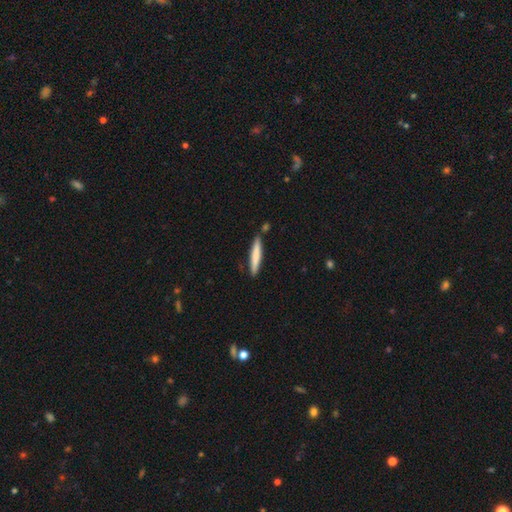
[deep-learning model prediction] Smooth or featured? Predicted: smooth (p=0.72). How rounded? Predicted: cigar-shaped (p=0.93). Merging? Predicted: none (p=0.83).